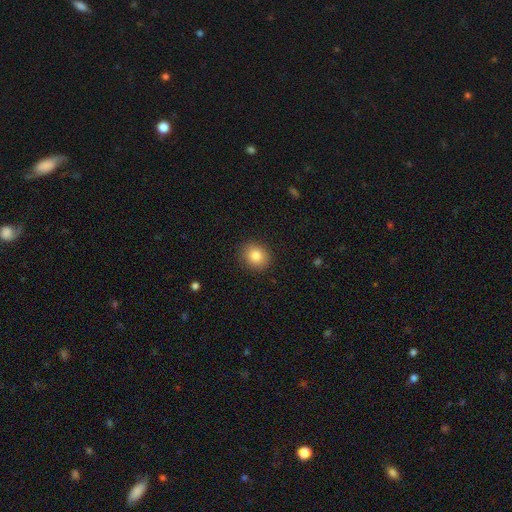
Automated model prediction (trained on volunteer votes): smooth_or_featured: smooth (p=0.83) [alt: star or artifact p=0.10]
how_rounded: round (p=0.72) [alt: in between p=0.27]
merging: none (p=0.90) [alt: minor disturbance p=0.07]